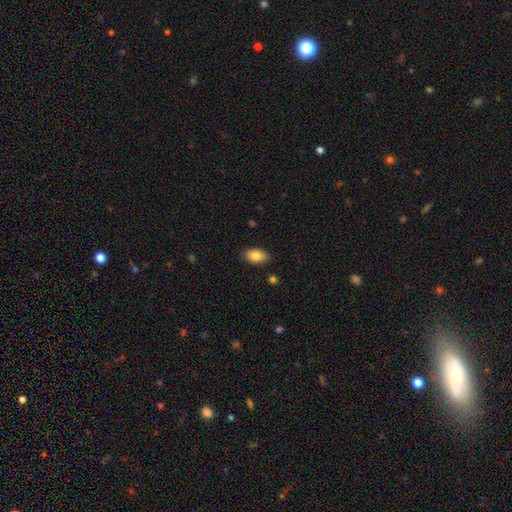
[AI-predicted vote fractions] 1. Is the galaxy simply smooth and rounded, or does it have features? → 84% smooth, 9% featured or disk, 7% star or artifact.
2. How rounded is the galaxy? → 92% in between, 7% round, 2% cigar-shaped.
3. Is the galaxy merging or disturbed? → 87% none, 10% minor disturbance, 2% major disturbance, 1% merger.